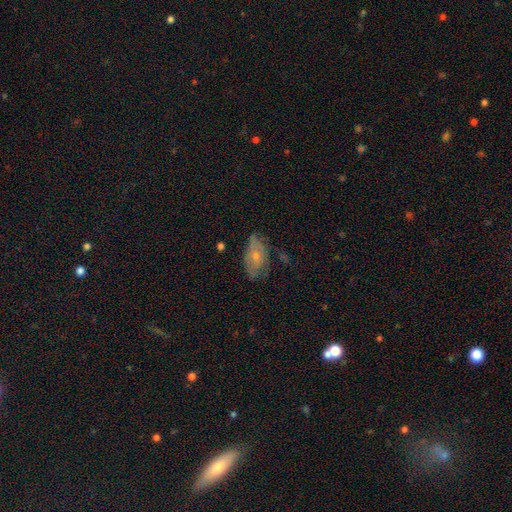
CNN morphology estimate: featured or disk 47%, smooth 45%, star or artifact 8%. Down the decision tree: merging — none (59%).